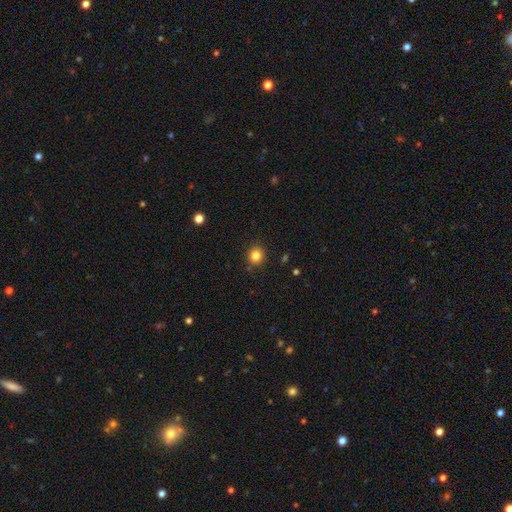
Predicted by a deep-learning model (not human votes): Q: Smooth or featured?
A: smooth (84%); runner-up: star or artifact (11%)
Q: How rounded?
A: round (89%); runner-up: in between (10%)
Q: Merging?
A: none (90%); runner-up: minor disturbance (7%)